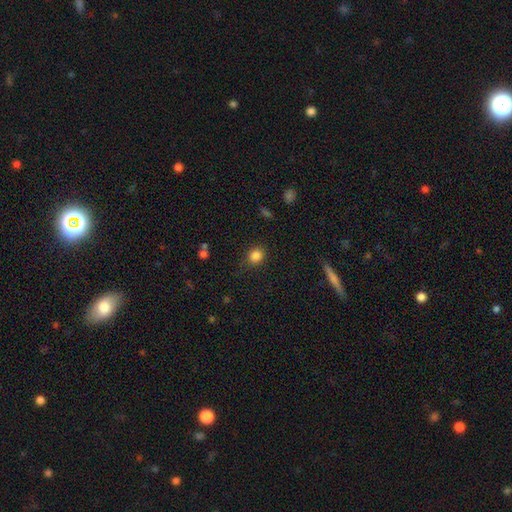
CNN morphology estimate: Smooth or featured: smooth — 84% (star or artifact — 11%)
How rounded: round — 75% (in between — 24%)
Merging: none — 83% (minor disturbance — 12%)